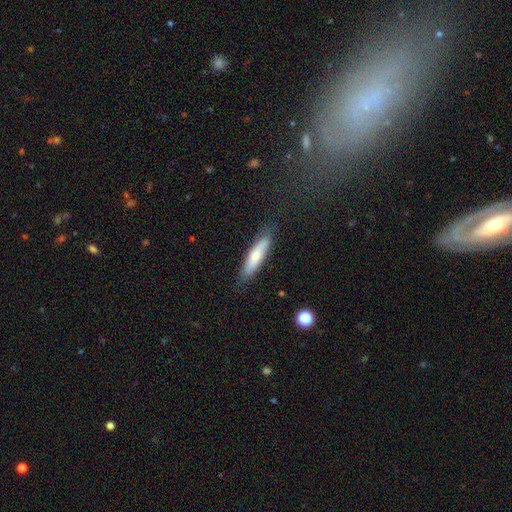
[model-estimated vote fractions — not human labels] Smooth or featured? smooth (69%)
How rounded? cigar-shaped (72%)
Merging? none (77%)